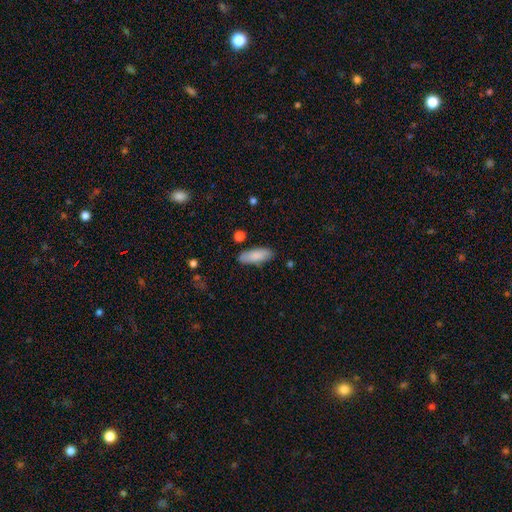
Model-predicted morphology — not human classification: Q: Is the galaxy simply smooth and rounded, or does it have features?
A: smooth — 85%.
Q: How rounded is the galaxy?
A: in between — 71%.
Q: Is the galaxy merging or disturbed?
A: none — 82%.